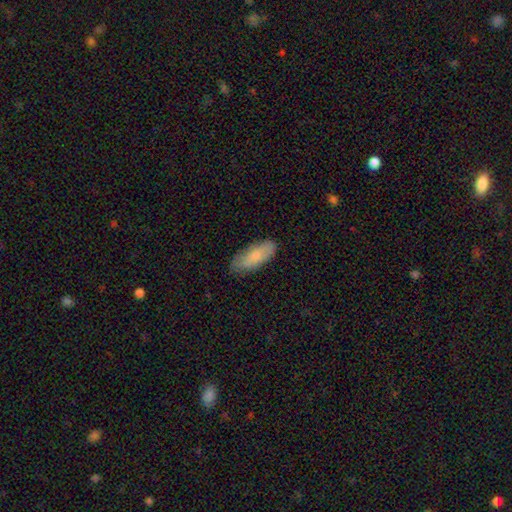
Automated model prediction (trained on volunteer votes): smooth-or-featured: smooth: 80% | featured or disk: 14% | star or artifact: 6%
  how-rounded: in between: 77% | cigar-shaped: 21% | round: 2%
  merging: none: 76% | minor disturbance: 20% | major disturbance: 3% | merger: 1%